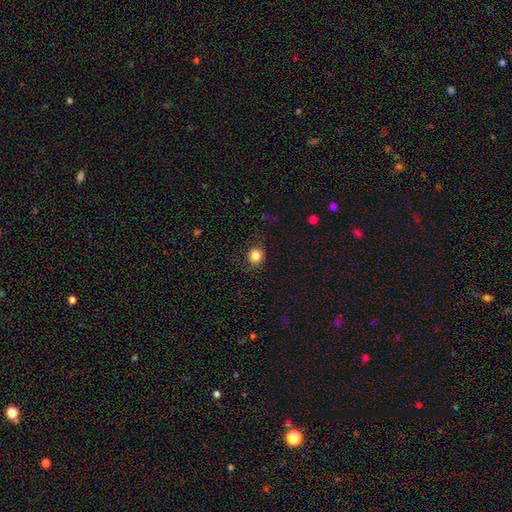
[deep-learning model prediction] smooth 84%, star or artifact 11%, featured or disk 5%. Down the decision tree: how rounded — round (82%); merging — none (86%).